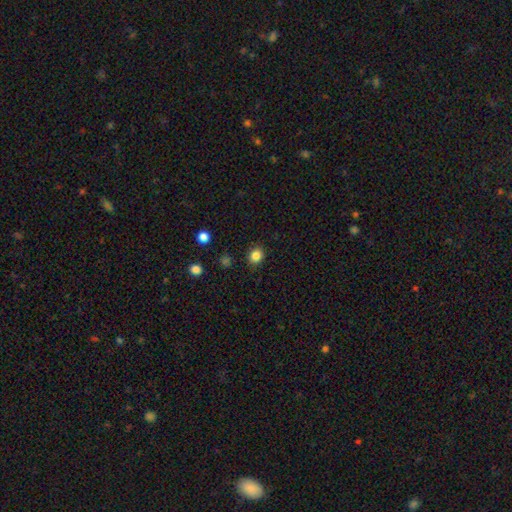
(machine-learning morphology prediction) Smooth or featured: smooth — 84% (star or artifact — 12%)
How rounded: round — 70% (in between — 29%)
Merging: none — 88% (minor disturbance — 8%)